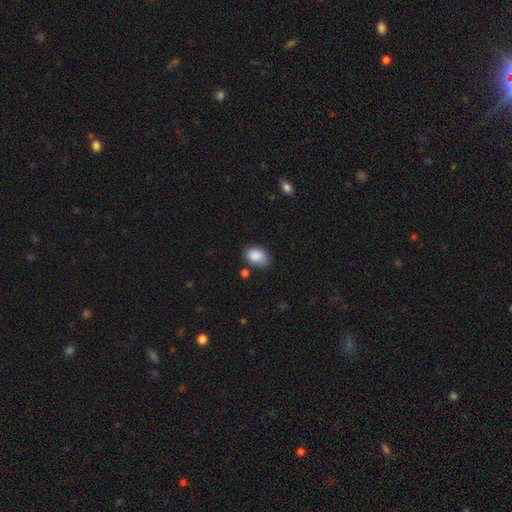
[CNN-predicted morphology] A smooth galaxy with no disk features (88%) that is in between round and cigar-shaped (81%).

Vote fractions:
- Smooth or featured? smooth: 88% / star or artifact: 7% / featured or disk: 5%
- How rounded? in between: 81% / round: 17% / cigar-shaped: 1%
- Merging? none: 71% / minor disturbance: 21% / merger: 5% / major disturbance: 4%